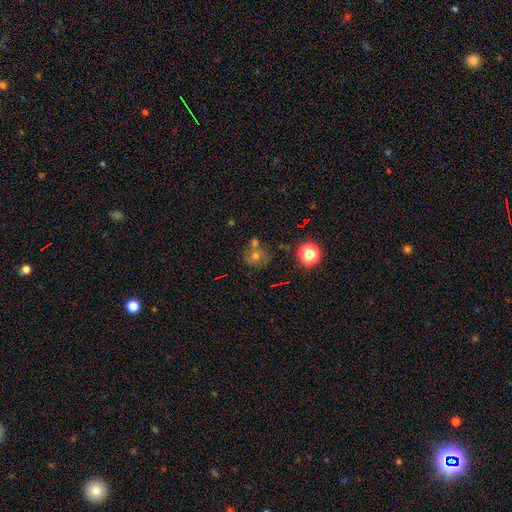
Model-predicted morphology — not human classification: smooth_or_featured: smooth (p=0.46) [alt: star or artifact p=0.31]
merging: none (p=0.56) [alt: merger p=0.25]